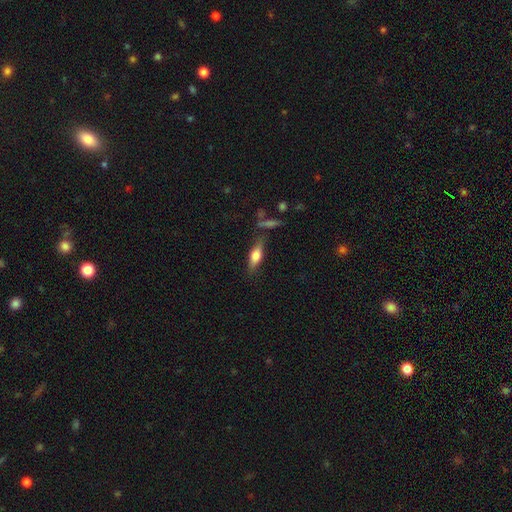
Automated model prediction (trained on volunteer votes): A smooth galaxy with no disk features (58%) that is in between round and cigar-shaped (54%).

Vote fractions:
- Smooth or featured? smooth: 58% / featured or disk: 35% / star or artifact: 7%
- How rounded? in between: 54% / cigar-shaped: 43% / round: 3%
- Merging? none: 73% / minor disturbance: 16% / merger: 6% / major disturbance: 5%